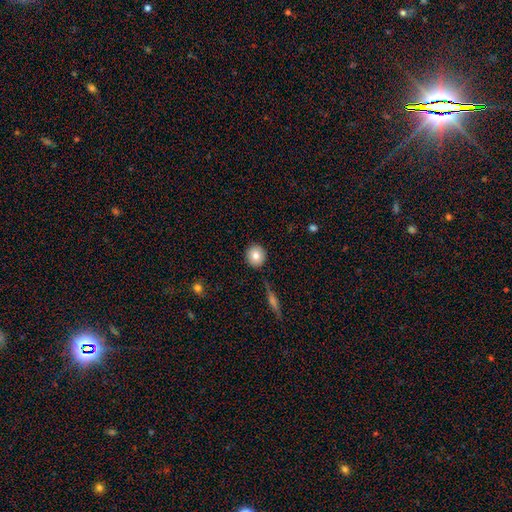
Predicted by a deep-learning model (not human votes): Overall: smooth (80%). How rounded: round (89%). Merging: none (89%).